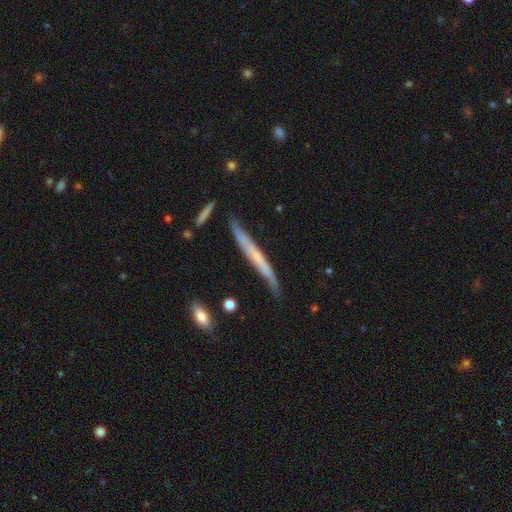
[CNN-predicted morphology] smooth-or-featured: featured or disk: 53% | smooth: 40% | star or artifact: 7%
  disk-edge-on: yes: 88% | no: 12%
  merging: none: 70% | minor disturbance: 22% | major disturbance: 5% | merger: 3%